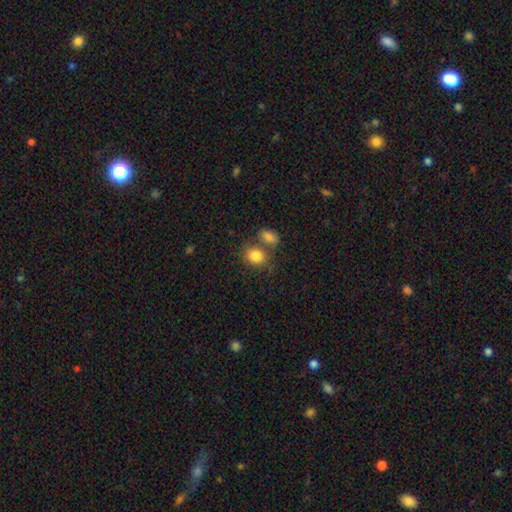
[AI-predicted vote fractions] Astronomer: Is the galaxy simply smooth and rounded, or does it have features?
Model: smooth — 84%.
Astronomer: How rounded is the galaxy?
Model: round — 55% (runner-up: in between, 43%).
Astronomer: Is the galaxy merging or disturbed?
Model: none — 47% (runner-up: merger, 36%).